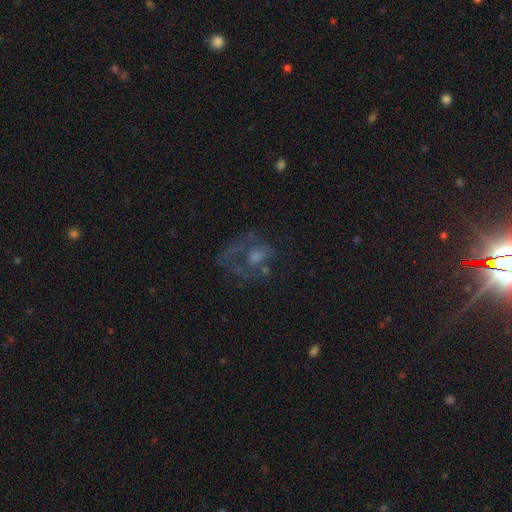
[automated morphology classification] Smooth or featured?
  - featured or disk: 54% *
  - smooth: 28%
  - star or artifact: 17%
Edge-on disk?
  - no: 96% *
  - yes: 4%
Bar?
  - no: 83% *
  - weak: 14%
  - strong: 3%
Spiral arms?
  - no: 68% *
  - yes: 32%
Bulge size?
  - moderate: 40% *
  - small: 26%
  - none: 22%
  - large: 10%
  - dominant: 2%
Merging?
  - major disturbance: 45% *
  - none: 33%
  - minor disturbance: 16%
  - merger: 7%